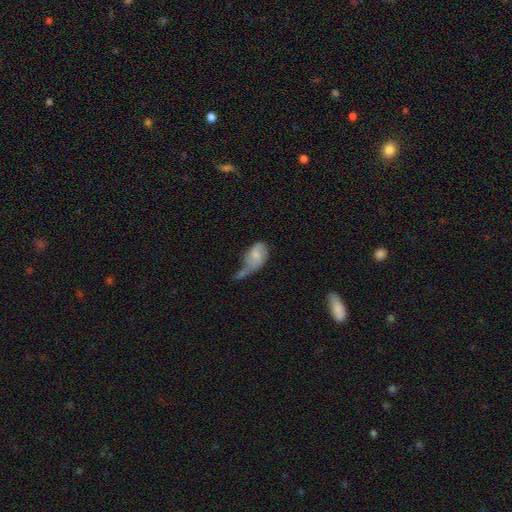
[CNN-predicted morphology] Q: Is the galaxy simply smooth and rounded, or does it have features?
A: smooth — 59%.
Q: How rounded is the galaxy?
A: in between — 87%.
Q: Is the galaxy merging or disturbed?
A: major disturbance — 37%.